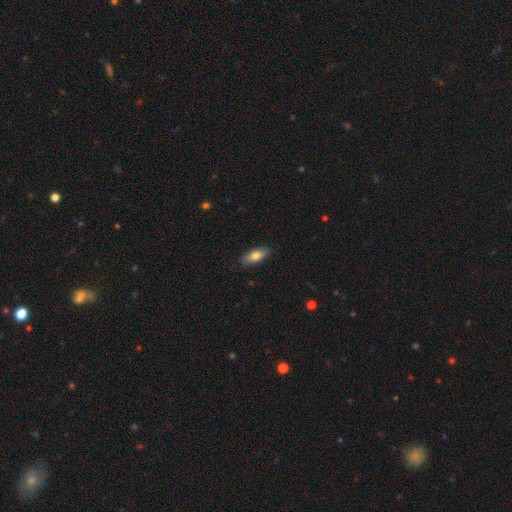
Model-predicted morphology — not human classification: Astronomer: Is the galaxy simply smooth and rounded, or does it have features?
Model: smooth — 73%.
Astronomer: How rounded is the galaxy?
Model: in between — 74%.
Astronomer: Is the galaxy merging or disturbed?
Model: none — 87%.